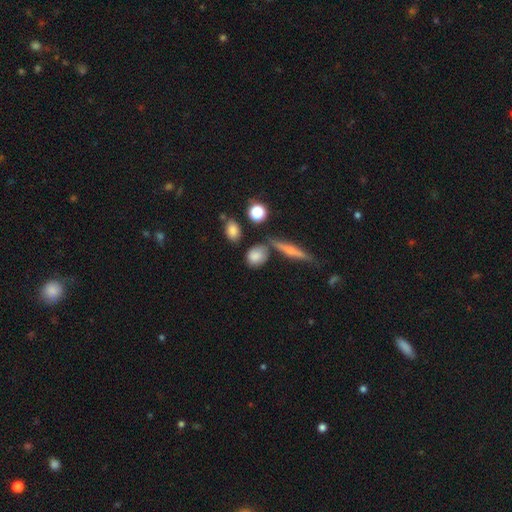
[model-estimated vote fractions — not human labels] Smooth or featured? smooth (79%)
How rounded? in between (51%)
Merging? none (63%)